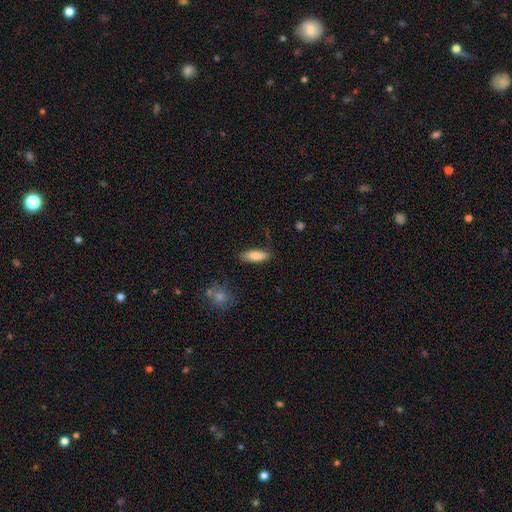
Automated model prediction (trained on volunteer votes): Smooth or featured? smooth (81%)
How rounded? in between (58%)
Merging? none (82%)